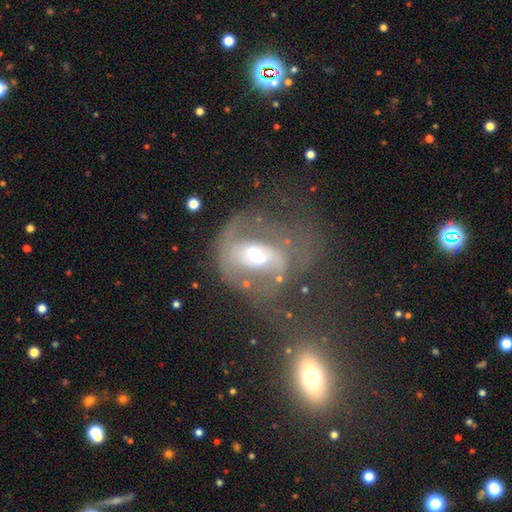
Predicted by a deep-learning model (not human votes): smooth-or-featured: featured or disk: 71% | smooth: 19% | star or artifact: 9%
  disk-edge-on: no: 96% | yes: 4%
    bar: no: 39% (tied) | weak: 39% (tied) | strong: 23%
    has-spiral-arms: yes: 69% | no: 31%
    bulge-size: moderate: 59% | small: 29% | large: 8% | none: 2% | dominant: 2%
  merging: major disturbance: 46% | none: 26% | minor disturbance: 15% | merger: 12%